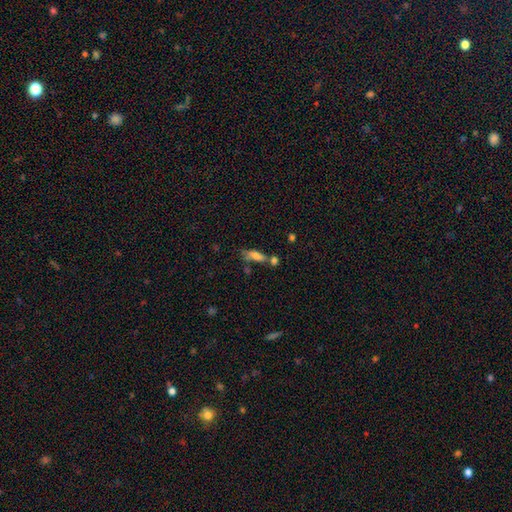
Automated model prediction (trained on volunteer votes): A smooth galaxy with no disk features (67%) that is in between round and cigar-shaped (56%). Merging: none (43%).